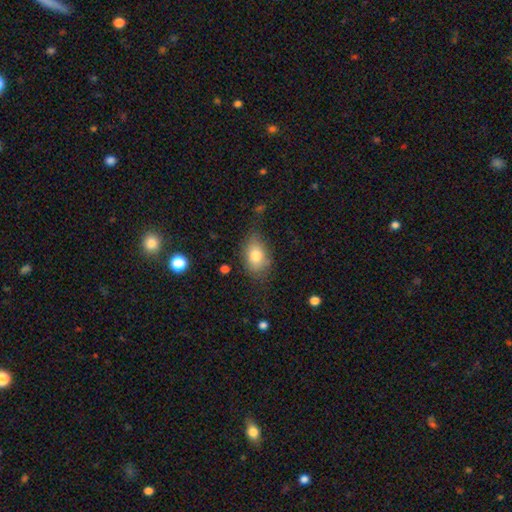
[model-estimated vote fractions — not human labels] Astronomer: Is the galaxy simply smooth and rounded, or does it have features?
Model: smooth — 78%.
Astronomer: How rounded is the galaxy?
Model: in between — 84%.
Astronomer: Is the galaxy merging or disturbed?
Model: none — 63%.